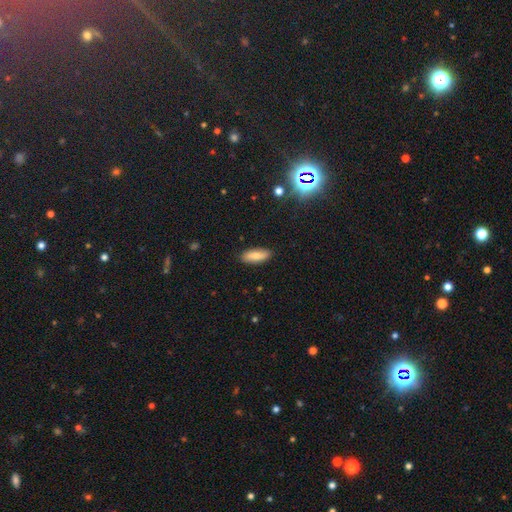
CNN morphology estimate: smooth_or_featured: smooth (p=0.76) [alt: featured or disk p=0.16]
how_rounded: in between (p=0.73) [alt: cigar-shaped p=0.25]
merging: none (p=0.86) [alt: minor disturbance p=0.10]